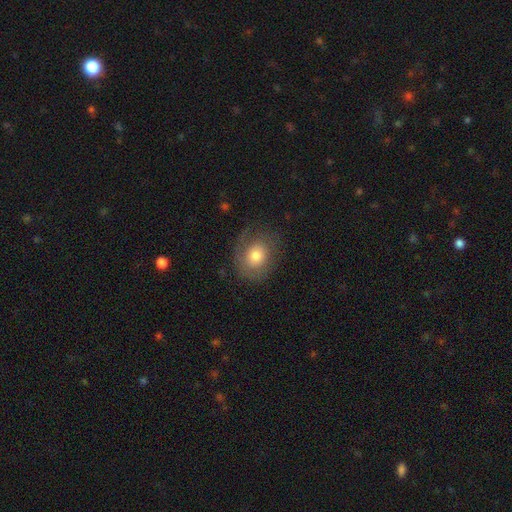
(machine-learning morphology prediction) Overall: smooth (63%; featured or disk 28%). How rounded: round (61%; in between 38%). Merging: none (70%).